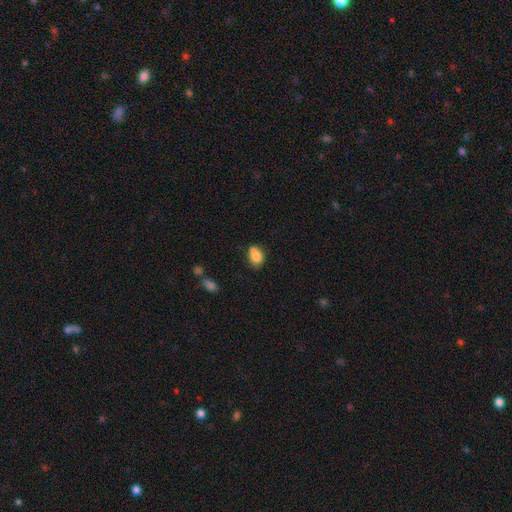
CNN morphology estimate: Smooth or featured: smooth — 81% (featured or disk — 10%)
How rounded: in between — 77% (round — 21%)
Merging: none — 48% (minor disturbance — 28%)